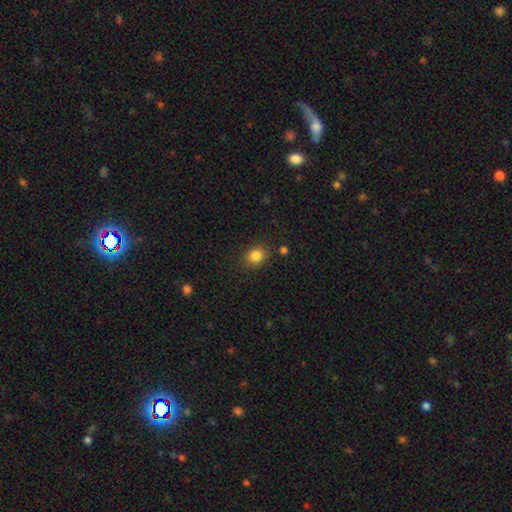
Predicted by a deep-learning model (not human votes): A smooth galaxy with no disk features (84%) that is round (53%).

Vote fractions:
- Smooth or featured? smooth: 84% / star or artifact: 10% / featured or disk: 5%
- How rounded? round: 53% / in between: 46% / cigar-shaped: 1%
- Merging? none: 84% / minor disturbance: 11% / major disturbance: 3% / merger: 3%